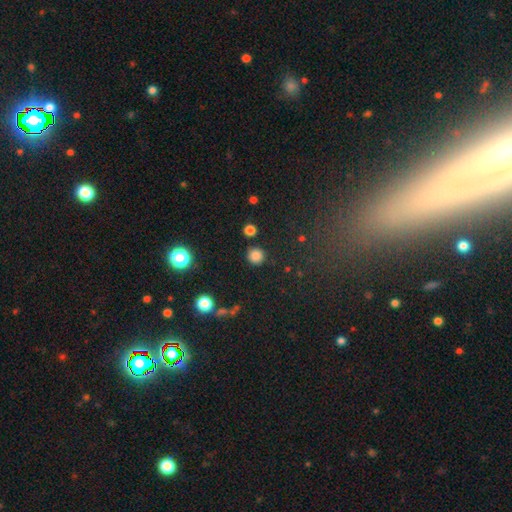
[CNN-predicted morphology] The model was most divided on "smooth or featured": smooth: 83%, star or artifact: 13%, featured or disk: 4%. More confident: how rounded — round (93%); merging — none (86%).